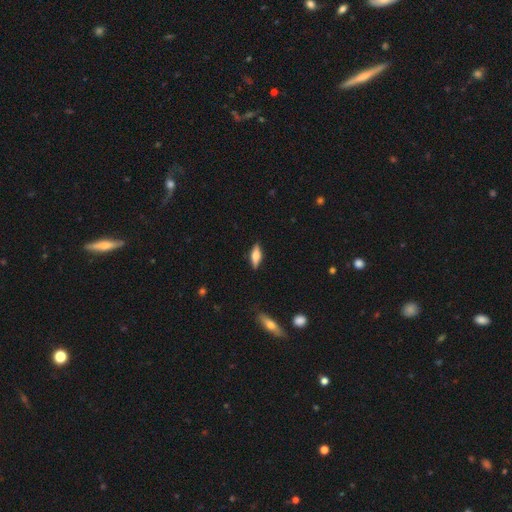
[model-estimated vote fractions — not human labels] Smooth or featured? smooth (52%)
How rounded? in between (59%)
Merging? none (87%)